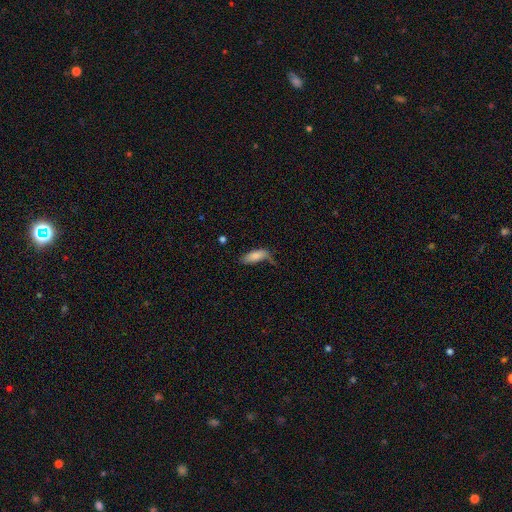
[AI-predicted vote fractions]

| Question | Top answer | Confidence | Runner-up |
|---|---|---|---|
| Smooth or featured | smooth | 83% | featured or disk (10%) |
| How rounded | in between | 78% | cigar-shaped (20%) |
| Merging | none | 48% | minor disturbance (33%) |